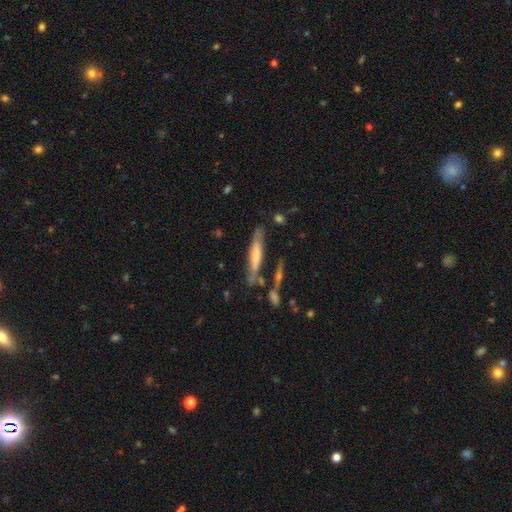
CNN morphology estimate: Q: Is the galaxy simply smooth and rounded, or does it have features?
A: smooth — 53%.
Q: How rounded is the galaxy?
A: cigar-shaped — 88%.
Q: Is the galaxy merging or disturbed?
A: none — 69%.